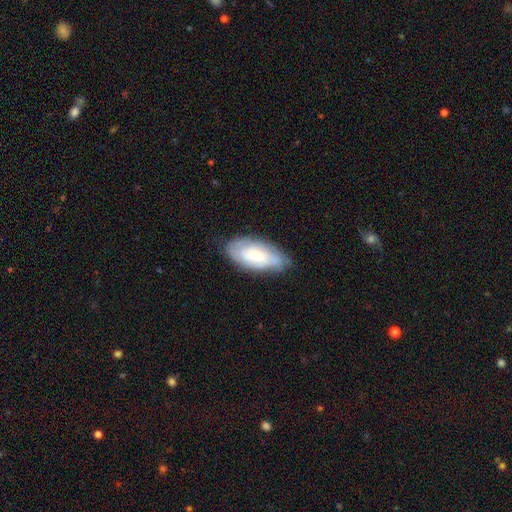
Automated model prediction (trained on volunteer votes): Smooth or featured: featured or disk — 49% (smooth — 44%)
Merging: none — 71% (minor disturbance — 22%)